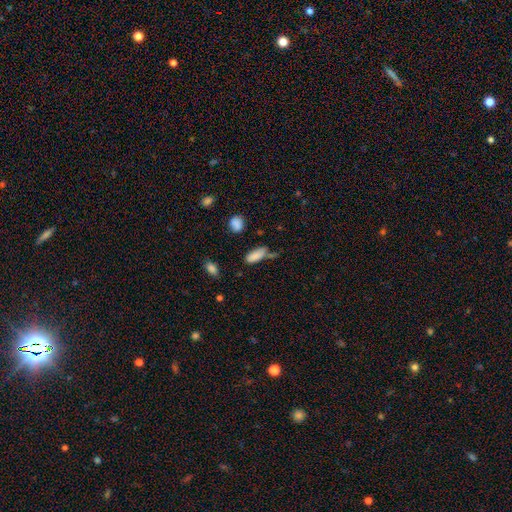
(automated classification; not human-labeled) smooth 84%, star or artifact 10%, featured or disk 7%. Down the decision tree: how rounded — in between (79%); merging — none (51%).